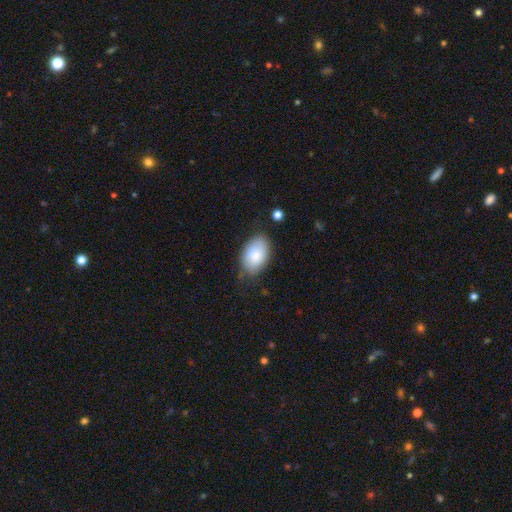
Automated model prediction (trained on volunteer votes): The model was most divided on "merging": none: 76%, minor disturbance: 18%, major disturbance: 4%, merger: 2%. More confident: how rounded — in between (93%); smooth or featured — smooth (86%).